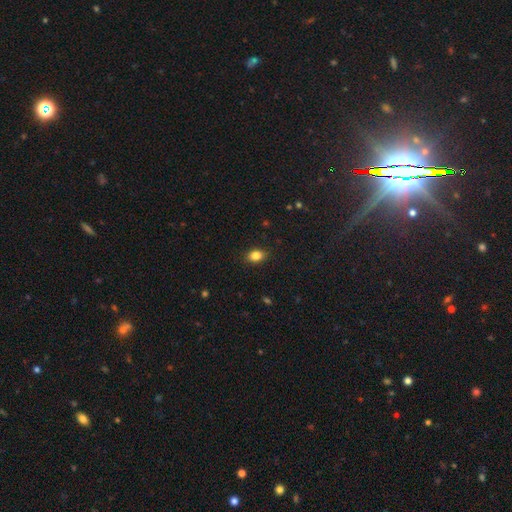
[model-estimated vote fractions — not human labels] This is clearly a smooth galaxy (84%). How rounded: likely in between (74%). Merging: clearly none (87%).